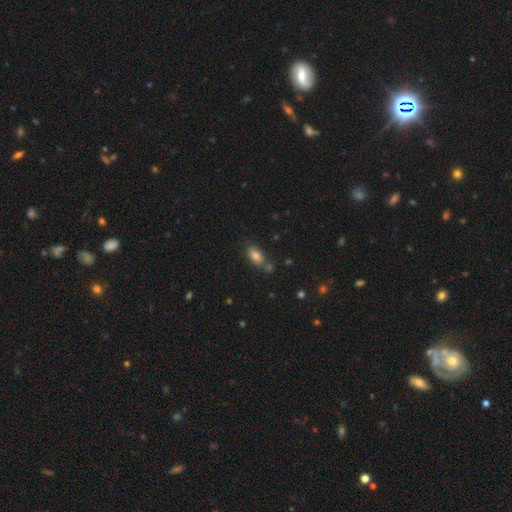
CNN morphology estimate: smooth_or_featured: smooth (p=0.79) [alt: featured or disk p=0.11]
how_rounded: in between (p=0.88) [alt: round p=0.08]
merging: none (p=0.65) [alt: minor disturbance p=0.15]